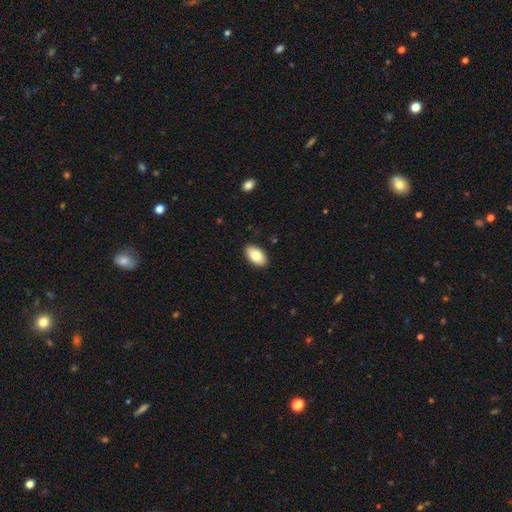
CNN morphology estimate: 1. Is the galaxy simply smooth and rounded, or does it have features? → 83% smooth, 10% featured or disk, 6% star or artifact.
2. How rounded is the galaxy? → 95% in between, 3% round, 2% cigar-shaped.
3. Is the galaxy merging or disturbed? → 90% none, 8% minor disturbance, 2% major disturbance, 1% merger.